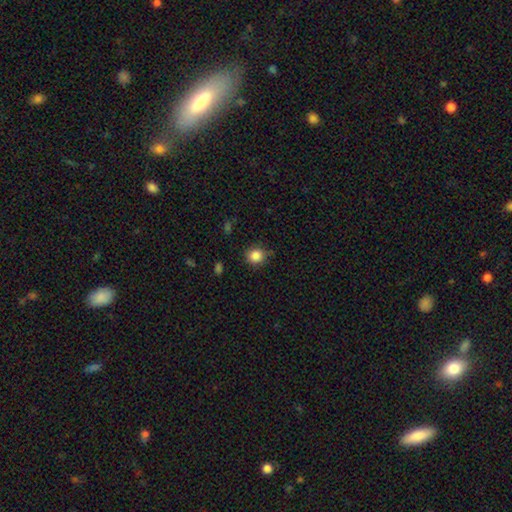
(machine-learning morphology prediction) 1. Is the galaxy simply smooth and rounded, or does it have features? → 86% smooth, 10% star or artifact, 4% featured or disk.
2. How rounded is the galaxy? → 83% round, 16% in between, 1% cigar-shaped.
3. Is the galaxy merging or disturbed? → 81% none, 14% minor disturbance, 3% major disturbance, 2% merger.